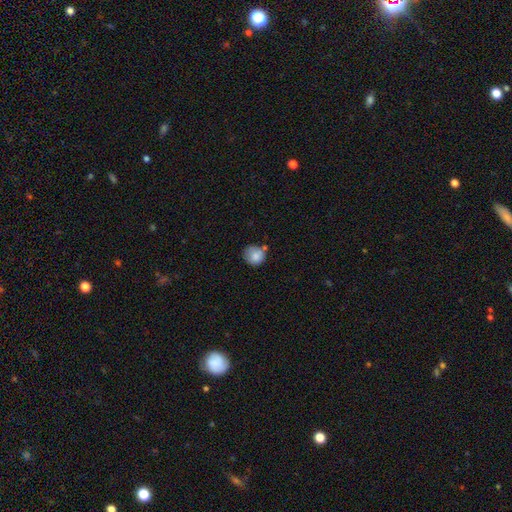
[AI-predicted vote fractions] Smooth or featured? smooth (81%)
How rounded? round (86%)
Merging? none (62%)